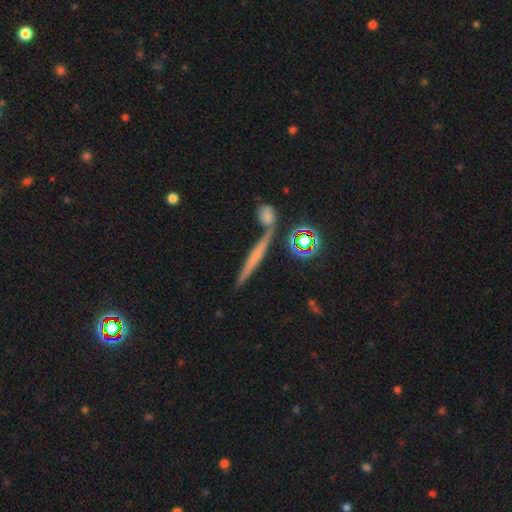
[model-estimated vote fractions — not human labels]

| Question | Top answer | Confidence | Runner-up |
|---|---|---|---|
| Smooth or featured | featured or disk | 45% | smooth (37%) |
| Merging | none | 72% | merger (15%) |